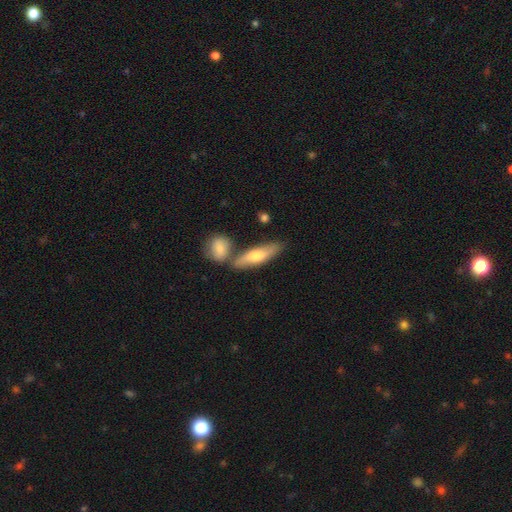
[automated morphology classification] type=smooth (59%); roundness=cigar-shaped (62%); merging=none (62%).